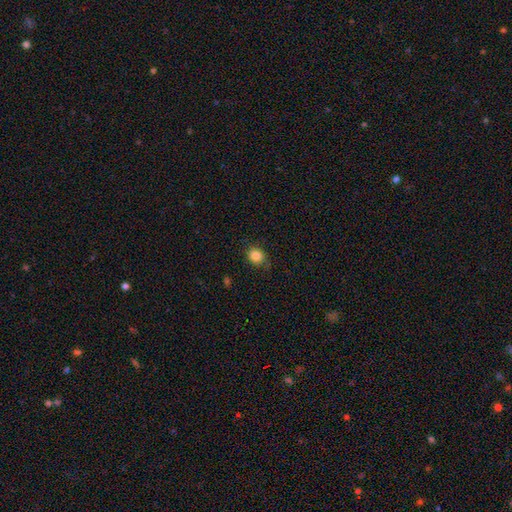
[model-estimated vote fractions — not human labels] Q: Smooth or featured?
A: smooth (85%); runner-up: star or artifact (10%)
Q: How rounded?
A: round (75%); runner-up: in between (25%)
Q: Merging?
A: none (79%); runner-up: minor disturbance (16%)